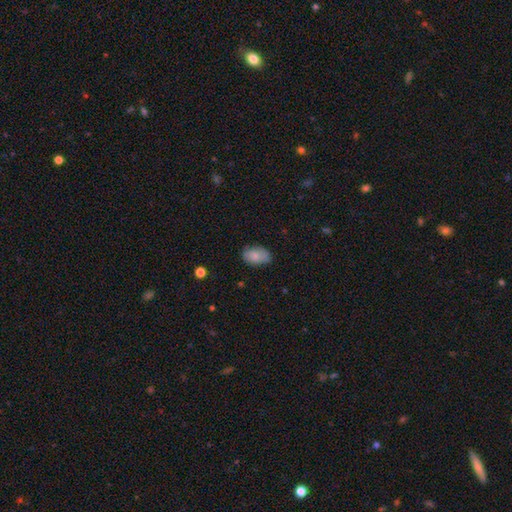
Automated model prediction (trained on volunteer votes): Smooth or featured?
  - smooth: 80% *
  - featured or disk: 13%
  - star or artifact: 7%
How rounded?
  - in between: 90% *
  - round: 9%
  - cigar-shaped: 1%
Merging?
  - none: 73% *
  - minor disturbance: 22%
  - major disturbance: 4%
  - merger: 1%